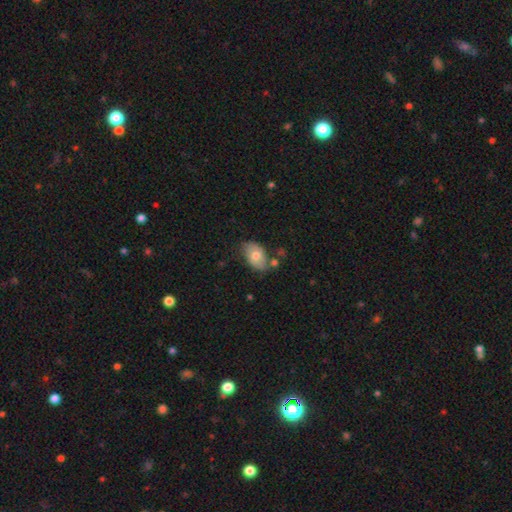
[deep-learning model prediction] Smooth or featured?
  - smooth: 66% *
  - featured or disk: 27%
  - star or artifact: 7%
How rounded?
  - in between: 90% *
  - round: 9%
  - cigar-shaped: 1%
Merging?
  - none: 65% *
  - minor disturbance: 21%
  - merger: 8%
  - major disturbance: 5%